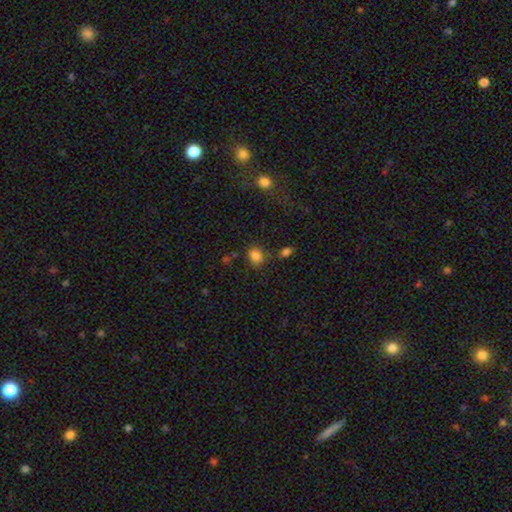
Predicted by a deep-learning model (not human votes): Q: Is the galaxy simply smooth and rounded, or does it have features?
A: smooth — 82%.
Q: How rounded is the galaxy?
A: in between — 57%.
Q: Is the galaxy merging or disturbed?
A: none — 70%.